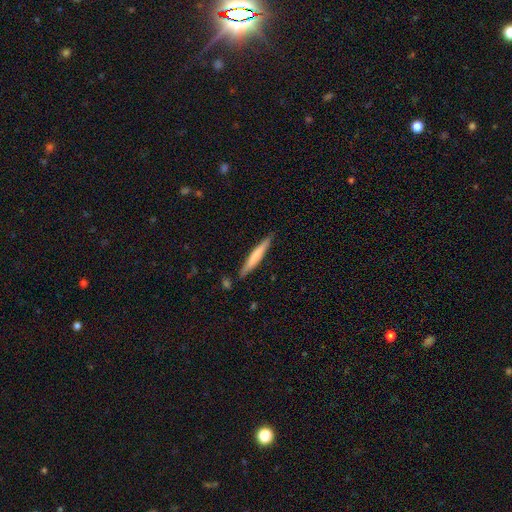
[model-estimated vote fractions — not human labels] A smooth galaxy with no disk features (61%) that is cigar-shaped (95%).

Vote fractions:
- Smooth or featured? smooth: 61% / featured or disk: 34% / star or artifact: 5%
- How rounded? cigar-shaped: 95% / in between: 4% / round: 1%
- Merging? none: 86% / minor disturbance: 10% / merger: 2% / major disturbance: 2%